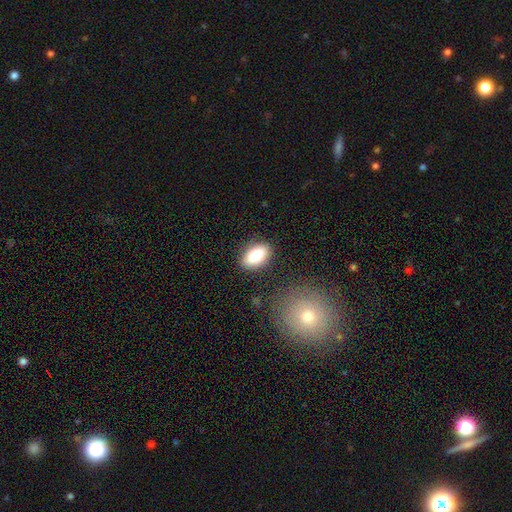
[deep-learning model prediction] Smooth or featured? smooth (81%)
How rounded? in between (90%)
Merging? none (86%)